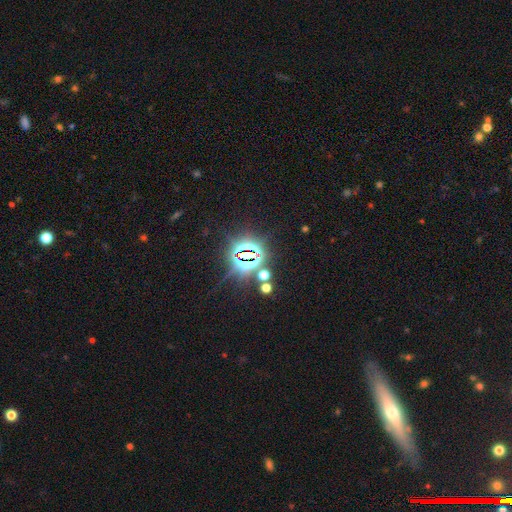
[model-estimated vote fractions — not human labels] Smooth or featured?
  - star or artifact: 79% *
  - smooth: 14%
  - featured or disk: 7%